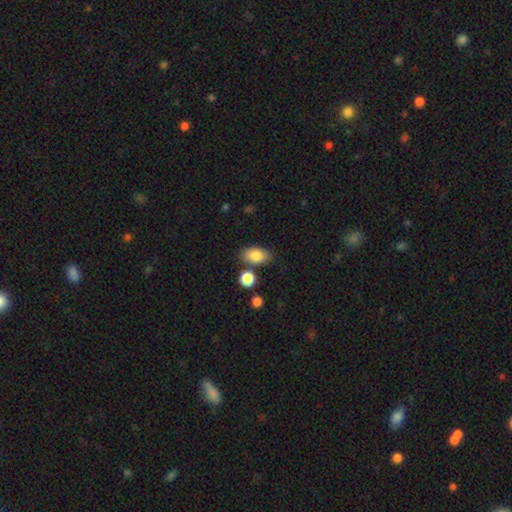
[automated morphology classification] The model was most divided on "merging": none: 75%, minor disturbance: 13%, merger: 9%, major disturbance: 3%. More confident: how rounded — in between (89%); smooth or featured — smooth (84%).